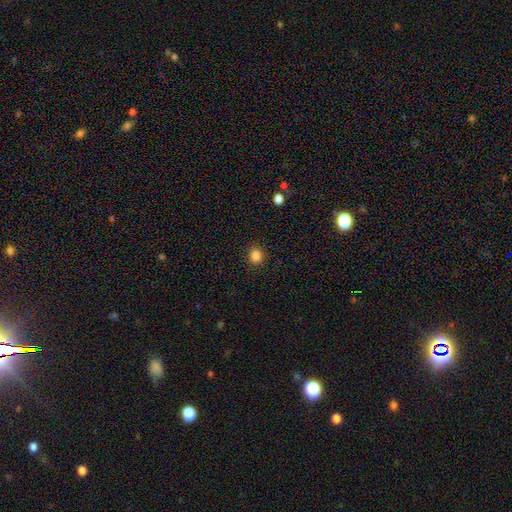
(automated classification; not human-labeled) Q: Smooth or featured?
A: smooth (85%); runner-up: star or artifact (12%)
Q: How rounded?
A: round (83%); runner-up: in between (17%)
Q: Merging?
A: none (89%); runner-up: minor disturbance (7%)